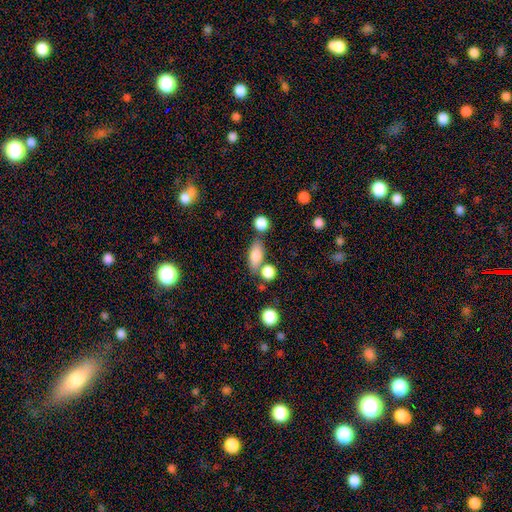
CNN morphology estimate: Smooth or featured?
  - smooth: 79% *
  - featured or disk: 13%
  - star or artifact: 8%
How rounded?
  - in between: 76% *
  - cigar-shaped: 15%
  - round: 9%
Merging?
  - none: 67% *
  - merger: 16%
  - minor disturbance: 13%
  - major disturbance: 4%